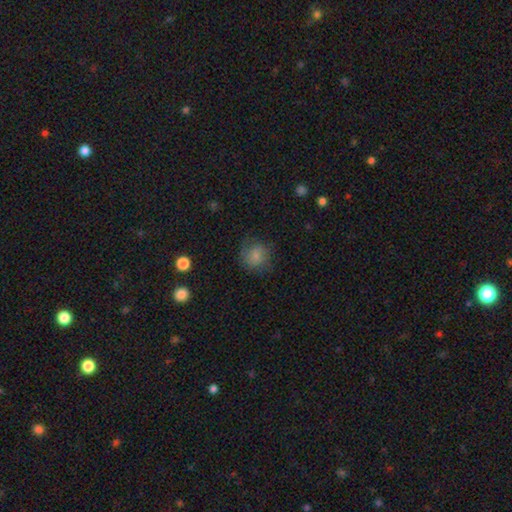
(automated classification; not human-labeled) Q: Smooth or featured?
A: smooth (74%); runner-up: featured or disk (17%)
Q: How rounded?
A: round (83%); runner-up: in between (16%)
Q: Merging?
A: none (67%); runner-up: minor disturbance (21%)